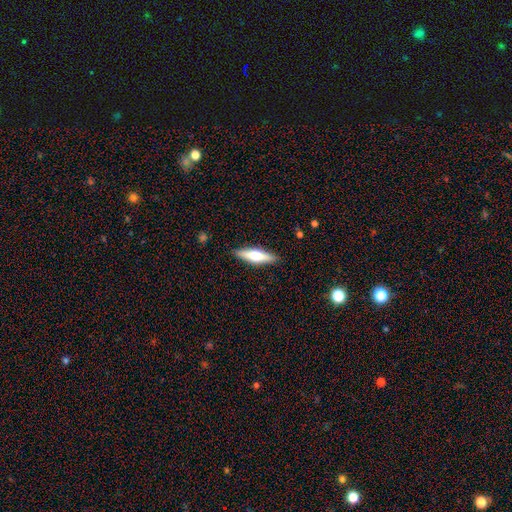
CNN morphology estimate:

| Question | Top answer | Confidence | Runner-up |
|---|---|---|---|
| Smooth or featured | featured or disk | 49% | smooth (46%) |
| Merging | none | 89% | minor disturbance (8%) |